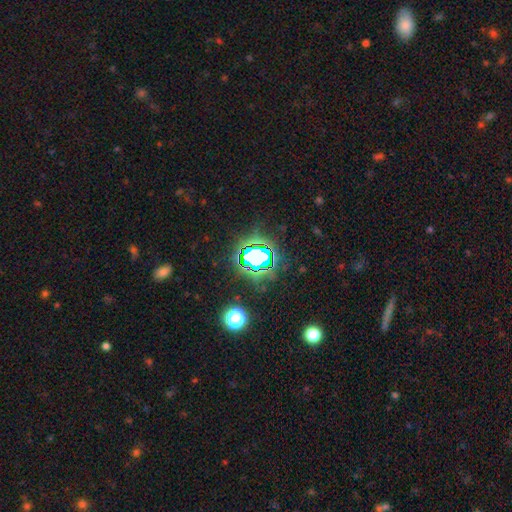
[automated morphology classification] star or artifact 71%, smooth 18%, featured or disk 11%.